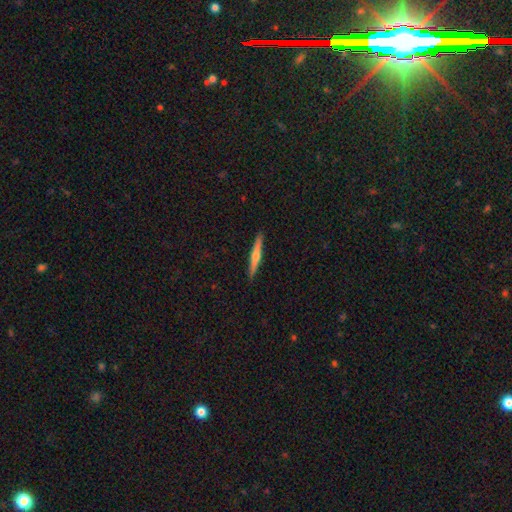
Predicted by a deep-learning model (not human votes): The model was most divided on "smooth or featured": featured or disk: 54%, smooth: 40%, star or artifact: 6%. More confident: edge-on disk — yes (97%); merging — none (91%); edge-on bulge — rounded (81%).